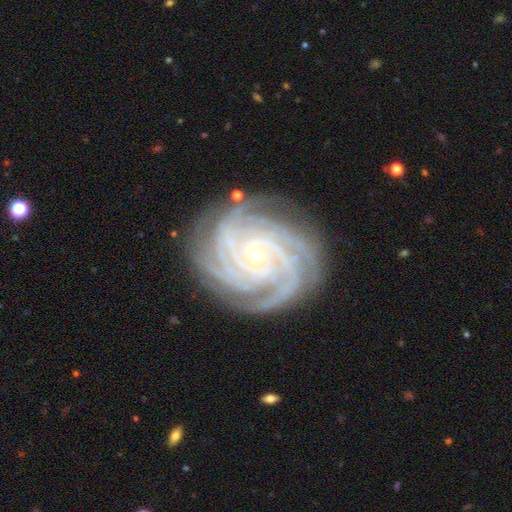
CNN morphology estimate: smooth-or-featured: featured or disk: 92% | star or artifact: 5% | smooth: 3%
  disk-edge-on: no: 98% | yes: 2%
    bar: no: 67% | weak: 21% | strong: 12%
    has-spiral-arms: yes: 99% | no: 1%
      spiral-winding: tight: 85% | medium: 14% | loose: 2%
      spiral-arm-count: 4: 32% | more than 4: 29% | 3: 13% | can't tell: 10% | 2: 8% | 1: 7%
    bulge-size: small: 77% | moderate: 20% | large: 1% | none: 1% | dominant: 1%
  merging: none: 83% | minor disturbance: 12% | major disturbance: 3% | merger: 1%